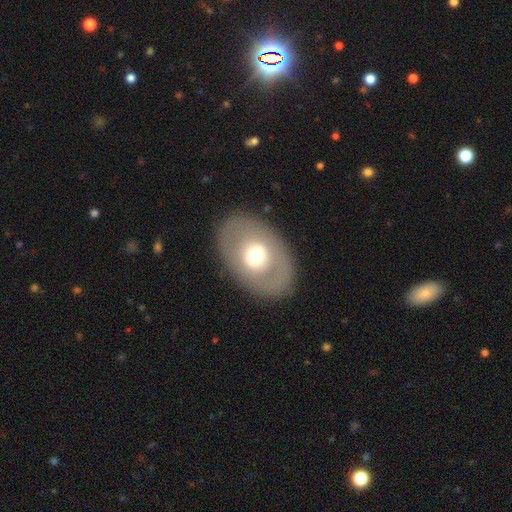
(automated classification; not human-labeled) smooth 50%, featured or disk 43%, star or artifact 7%. Down the decision tree: merging — none (84%).